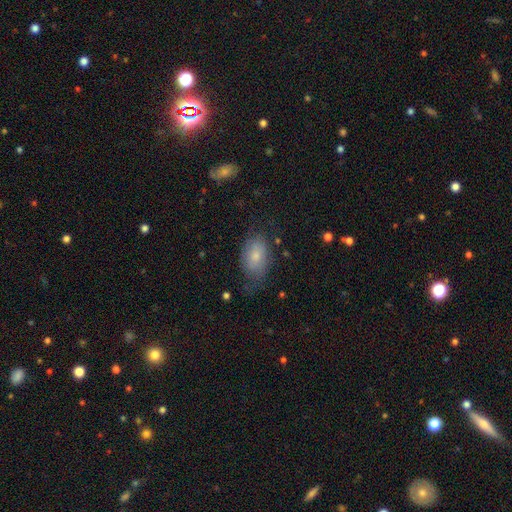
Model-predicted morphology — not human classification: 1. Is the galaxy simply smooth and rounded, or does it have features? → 72% smooth, 20% featured or disk, 8% star or artifact.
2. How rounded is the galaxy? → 90% in between, 8% round, 2% cigar-shaped.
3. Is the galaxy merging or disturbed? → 55% none, 29% minor disturbance, 14% major disturbance, 2% merger.